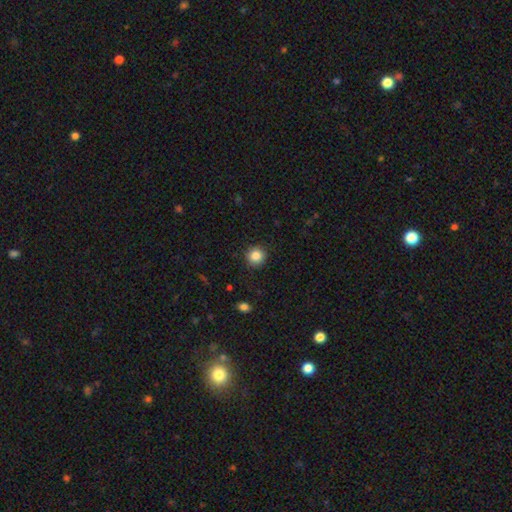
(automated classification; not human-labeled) Q: Smooth or featured?
A: smooth (85%); runner-up: star or artifact (10%)
Q: How rounded?
A: round (92%); runner-up: in between (7%)
Q: Merging?
A: none (89%); runner-up: minor disturbance (8%)